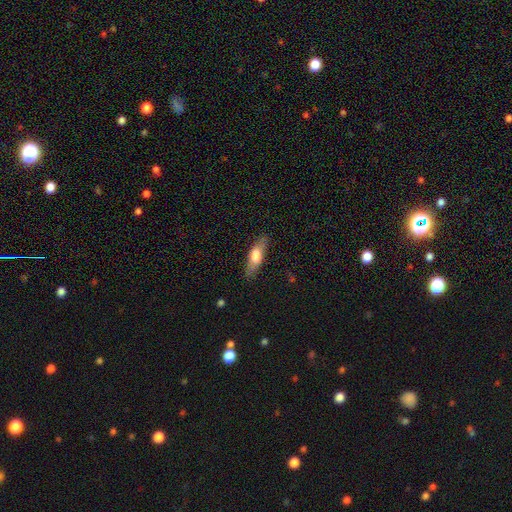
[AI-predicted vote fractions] Smooth or featured? smooth (59%)
How rounded? cigar-shaped (52%)
Merging? none (81%)